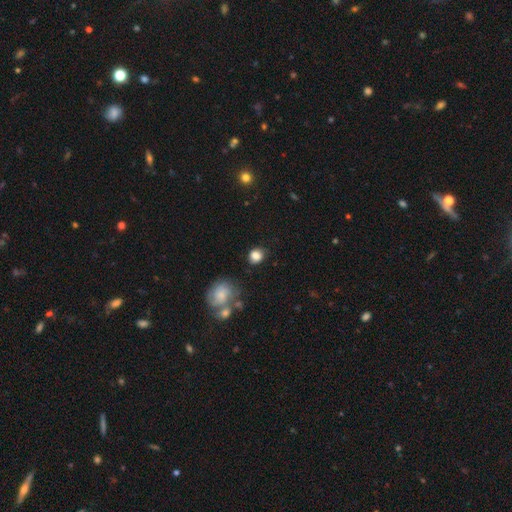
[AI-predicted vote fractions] Overall: smooth (84%). How rounded: round (72%). Merging: none (78%).